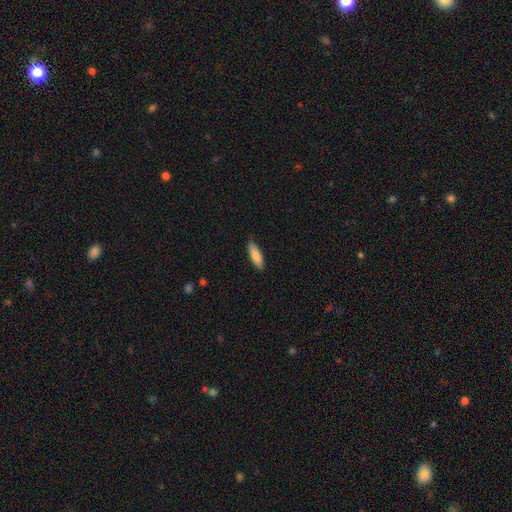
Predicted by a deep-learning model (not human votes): This appears to be a smooth galaxy with no disk features (86%) that is in between round and cigar-shaped (51%). Merging: none (84%).